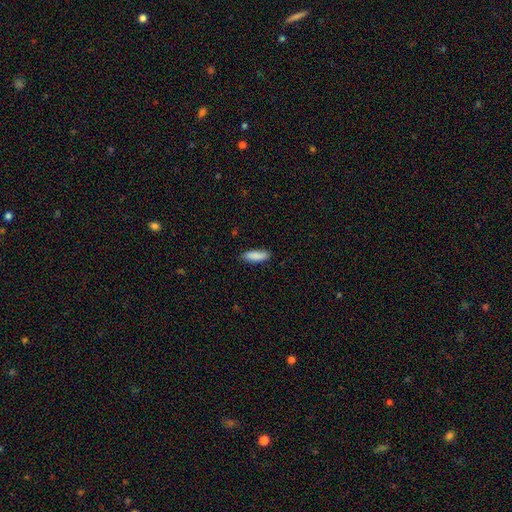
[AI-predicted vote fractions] Smooth or featured?
  - smooth: 89% *
  - star or artifact: 6%
  - featured or disk: 5%
How rounded?
  - in between: 56% *
  - cigar-shaped: 43%
  - round: 2%
Merging?
  - none: 84% *
  - minor disturbance: 13%
  - major disturbance: 2%
  - merger: 1%